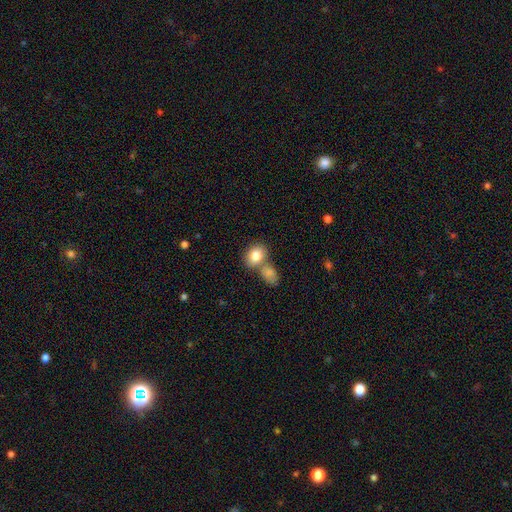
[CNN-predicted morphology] This appears to be a smooth galaxy with no disk features (82%) that is in between round and cigar-shaped (56%). Merging: none (49%).